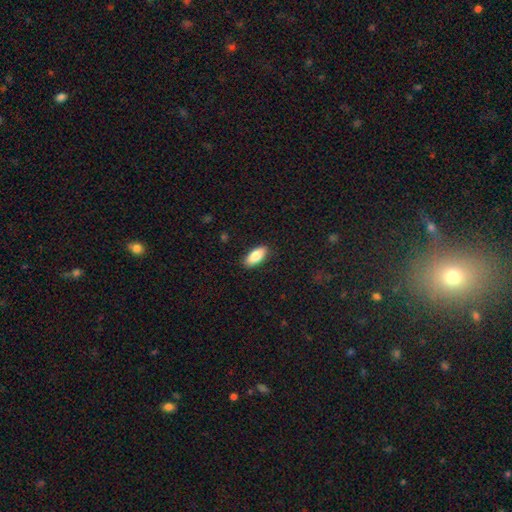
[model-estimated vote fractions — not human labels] A smooth galaxy with no disk features (84%) that is in between round and cigar-shaped (86%). Merging: none (89%).